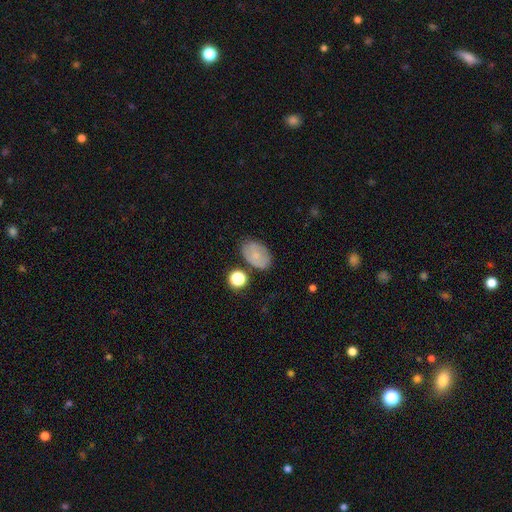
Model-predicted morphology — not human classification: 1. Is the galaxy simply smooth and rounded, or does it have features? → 67% smooth, 24% featured or disk, 10% star or artifact.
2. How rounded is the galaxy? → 85% in between, 14% round, 1% cigar-shaped.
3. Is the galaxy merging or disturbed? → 76% none, 15% minor disturbance, 5% merger, 4% major disturbance.